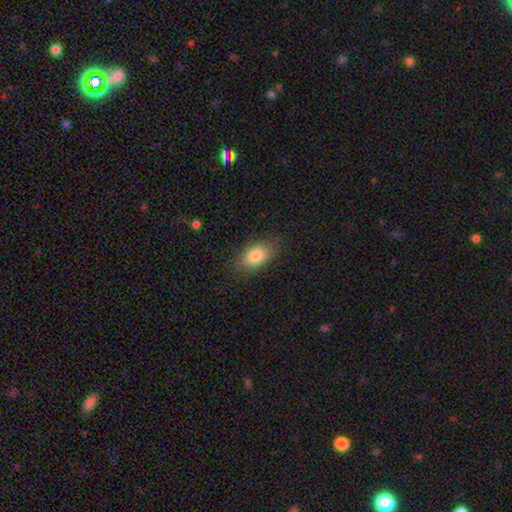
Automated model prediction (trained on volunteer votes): Smooth or featured?
  - smooth: 81% *
  - featured or disk: 11%
  - star or artifact: 8%
How rounded?
  - in between: 88% *
  - round: 8%
  - cigar-shaped: 3%
Merging?
  - none: 80% *
  - minor disturbance: 15%
  - major disturbance: 4%
  - merger: 1%